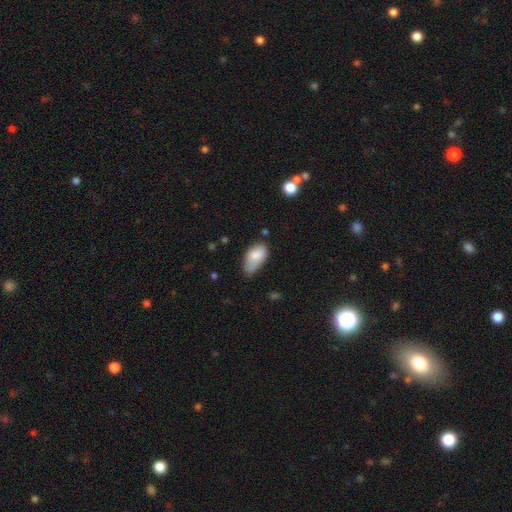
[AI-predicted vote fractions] Q: Smooth or featured?
A: smooth (81%); runner-up: featured or disk (12%)
Q: How rounded?
A: in between (93%); runner-up: round (4%)
Q: Merging?
A: minor disturbance (45%); runner-up: none (36%)